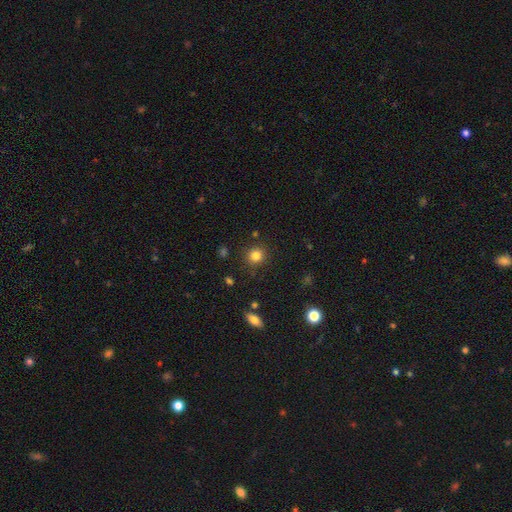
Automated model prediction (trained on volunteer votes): smooth_or_featured: smooth (p=0.83) [alt: star or artifact p=0.12]
how_rounded: round (p=0.88) [alt: in between p=0.11]
merging: none (p=0.87) [alt: minor disturbance p=0.08]